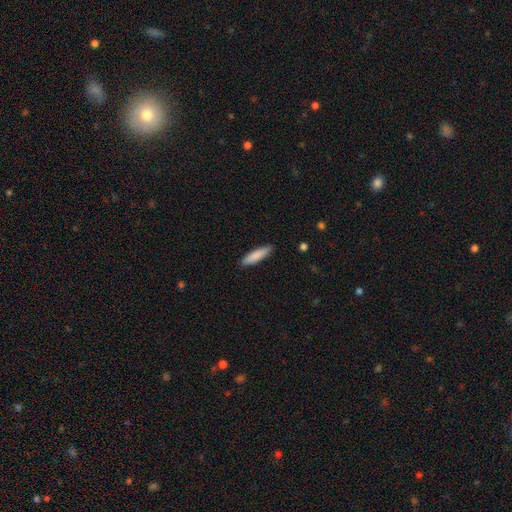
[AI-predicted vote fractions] smooth_or_featured: smooth (p=0.86) [alt: featured or disk p=0.09]
how_rounded: cigar-shaped (p=0.76) [alt: in between p=0.23]
merging: none (p=0.88) [alt: minor disturbance p=0.09]